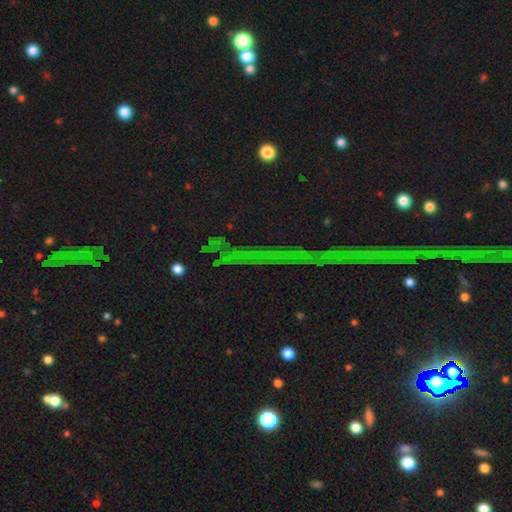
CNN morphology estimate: Smooth or featured: star or artifact — 83% (featured or disk — 9%)